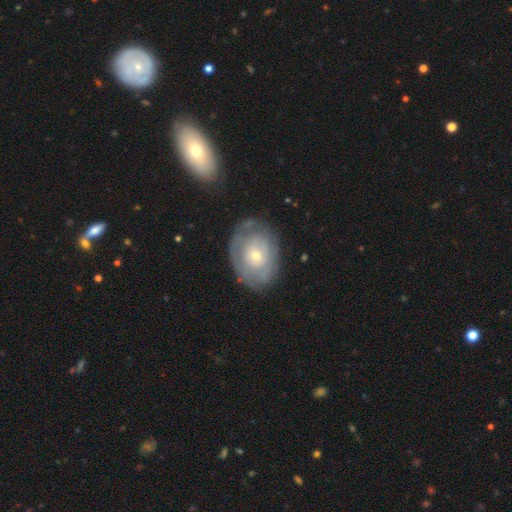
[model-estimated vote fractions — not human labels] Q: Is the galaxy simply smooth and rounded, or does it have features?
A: featured or disk — 60%.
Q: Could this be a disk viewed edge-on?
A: no — 95%.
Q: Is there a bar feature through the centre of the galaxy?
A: no — 84%.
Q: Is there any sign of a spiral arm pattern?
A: yes — 55%.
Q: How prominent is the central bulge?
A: small — 61%.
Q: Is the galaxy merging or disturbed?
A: none — 67%.